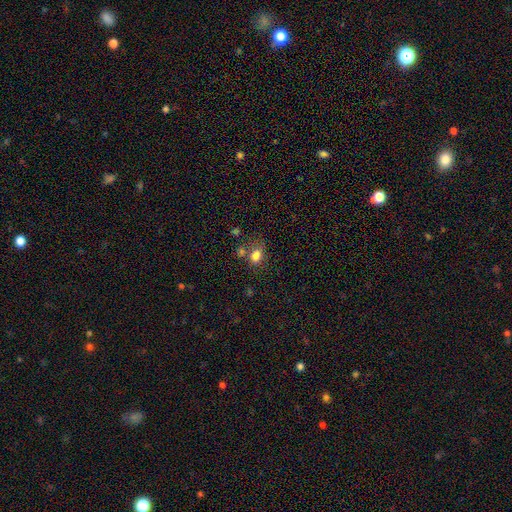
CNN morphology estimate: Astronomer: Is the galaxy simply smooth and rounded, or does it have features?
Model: smooth — 78%.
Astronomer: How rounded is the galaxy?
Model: in between — 65%.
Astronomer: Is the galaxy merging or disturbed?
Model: none — 51%.